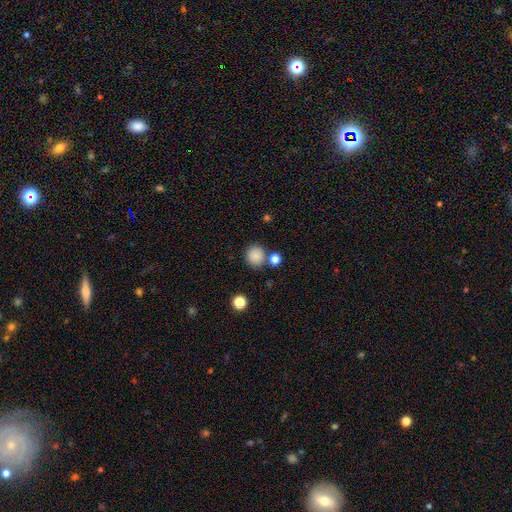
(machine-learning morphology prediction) This appears to be a smooth galaxy with no disk features (86%) that is round (88%). Merging: none (78%).